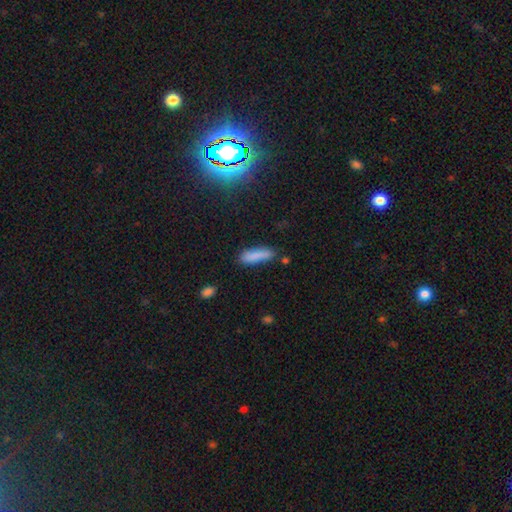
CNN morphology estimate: Smooth or featured?
  - smooth: 85% *
  - featured or disk: 8%
  - star or artifact: 7%
How rounded?
  - cigar-shaped: 61% *
  - in between: 37%
  - round: 2%
Merging?
  - none: 74% *
  - minor disturbance: 18%
  - merger: 4%
  - major disturbance: 4%